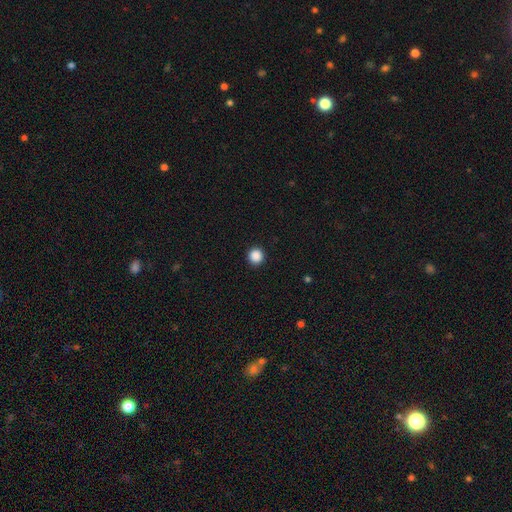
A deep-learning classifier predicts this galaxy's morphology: The model was most divided on "smooth or featured": smooth: 88%, star or artifact: 10%, featured or disk: 2%. More confident: how rounded — round (95%); merging — none (93%).